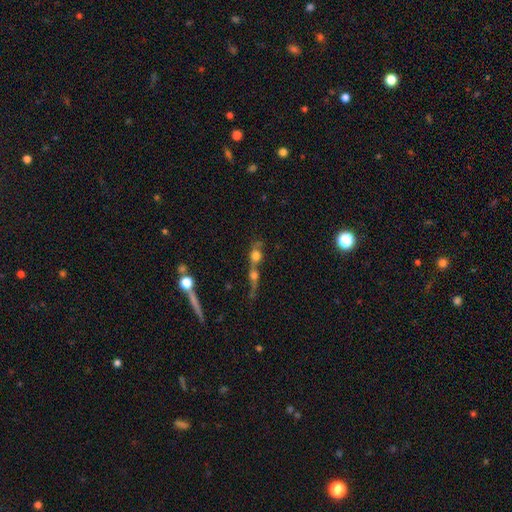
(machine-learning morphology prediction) smooth 57%, featured or disk 26%, star or artifact 16%. Down the decision tree: how rounded — round (64%); merging — merger (72%).